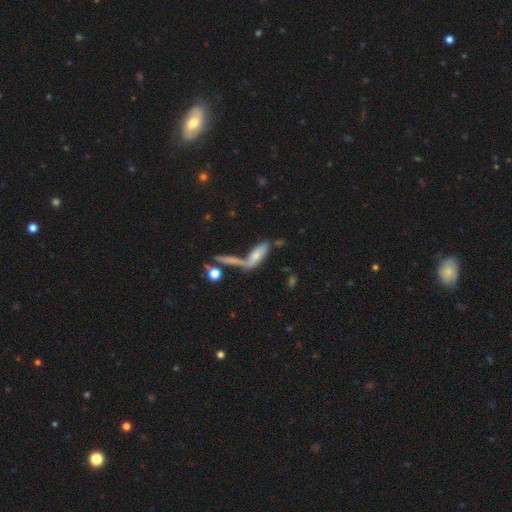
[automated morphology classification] smooth 59%, featured or disk 31%, star or artifact 9%. Down the decision tree: how rounded — in between (55%); merging — merger (43%).